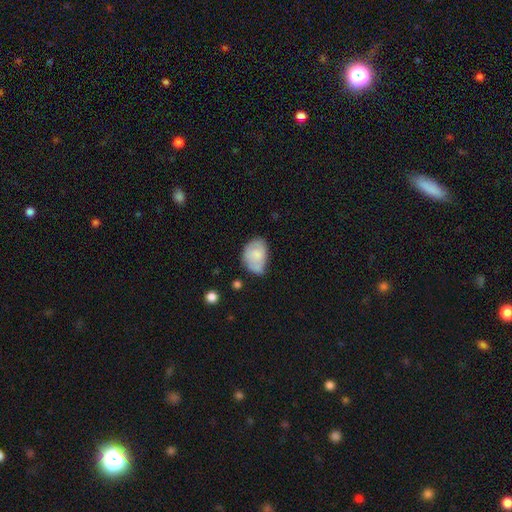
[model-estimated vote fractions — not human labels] This appears to be a smooth galaxy with no disk features (70%) that is in between round and cigar-shaped (81%). Merging: none (43%).